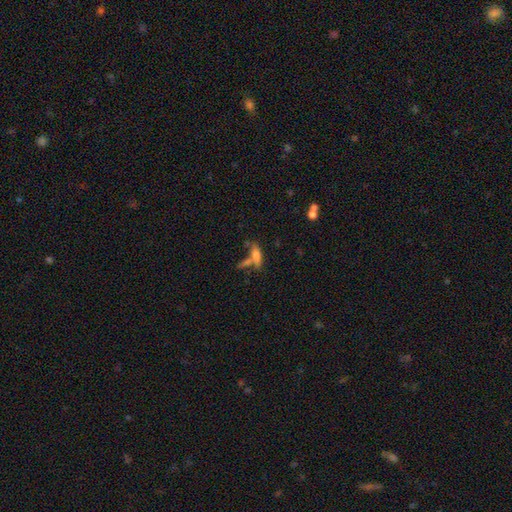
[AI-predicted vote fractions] Smooth or featured? smooth (68%)
How rounded? in between (53%)
Merging? none (42%)